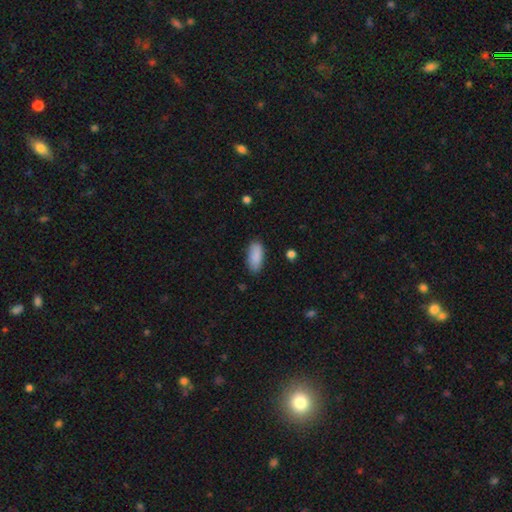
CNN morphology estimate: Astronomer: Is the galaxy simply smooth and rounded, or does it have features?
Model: smooth — 89%.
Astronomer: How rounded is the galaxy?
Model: in between — 86%.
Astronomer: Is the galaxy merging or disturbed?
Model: none — 82%.